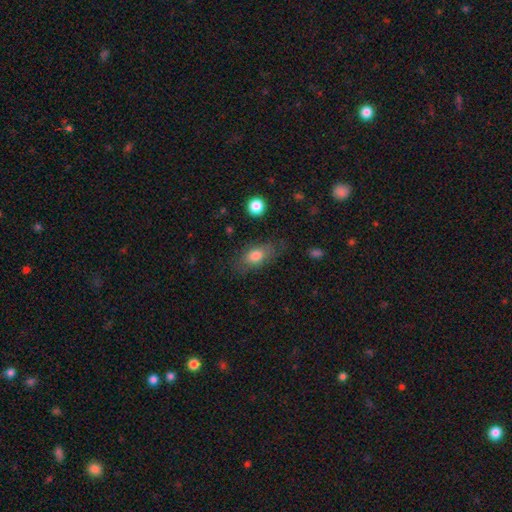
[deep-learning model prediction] Q: Smooth or featured?
A: smooth (76%); runner-up: featured or disk (16%)
Q: How rounded?
A: in between (82%); runner-up: round (10%)
Q: Merging?
A: none (66%); runner-up: minor disturbance (21%)